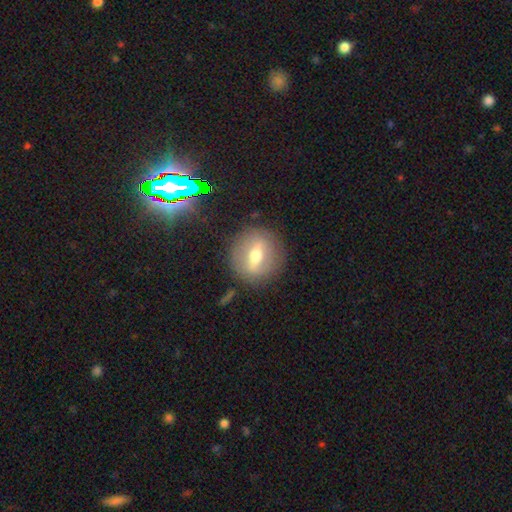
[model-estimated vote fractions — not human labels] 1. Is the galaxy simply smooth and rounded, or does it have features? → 56% featured or disk, 35% smooth, 9% star or artifact.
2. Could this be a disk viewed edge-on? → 69% no, 31% yes.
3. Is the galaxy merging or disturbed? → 85% none, 9% minor disturbance, 4% major disturbance, 2% merger.